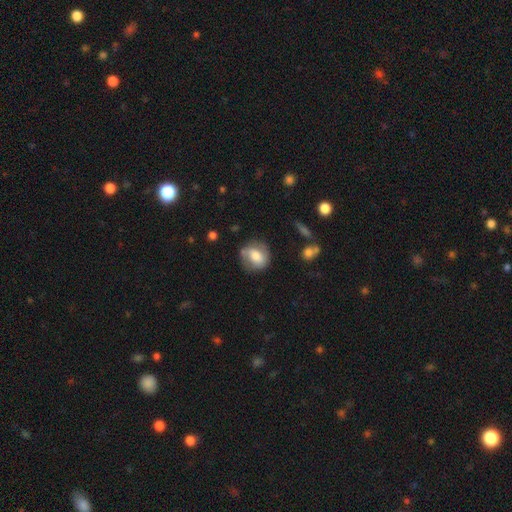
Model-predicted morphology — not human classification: smooth-or-featured: smooth: 56% | featured or disk: 37% | star or artifact: 8%
  how-rounded: round: 69% | in between: 30% | cigar-shaped: 1%
  merging: none: 67% | minor disturbance: 21% | major disturbance: 8% | merger: 3%